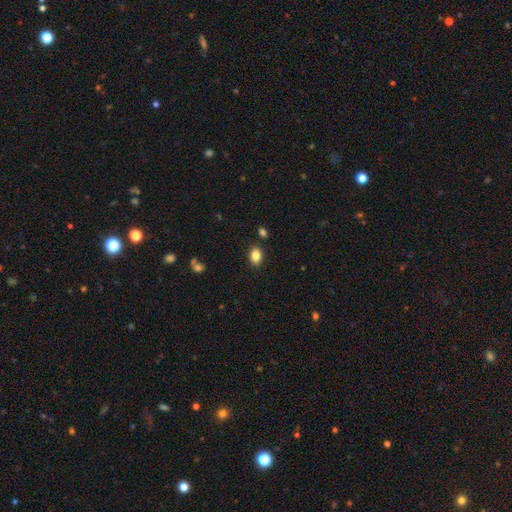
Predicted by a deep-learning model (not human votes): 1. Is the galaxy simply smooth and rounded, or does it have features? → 85% smooth, 9% star or artifact, 5% featured or disk.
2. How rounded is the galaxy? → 76% in between, 22% round, 1% cigar-shaped.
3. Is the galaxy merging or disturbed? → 85% none, 9% minor disturbance, 3% merger, 2% major disturbance.